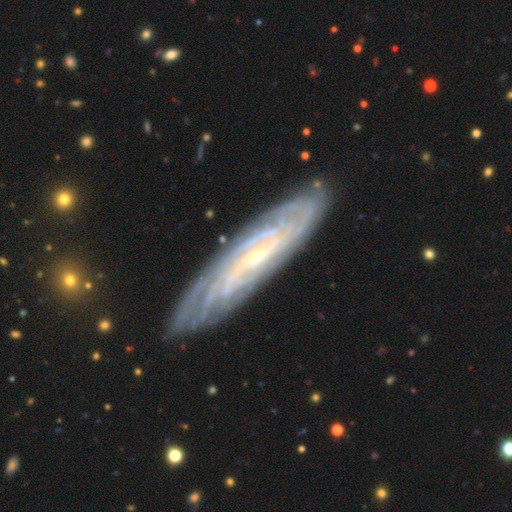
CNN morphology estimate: type=featured or disk (82%); edge-on=no (71%); bar=no (43%); spiral arms=yes (95%); winding=tight (77%); arm count=can't tell (48%); bulge=small (80%); merging=none (85%).